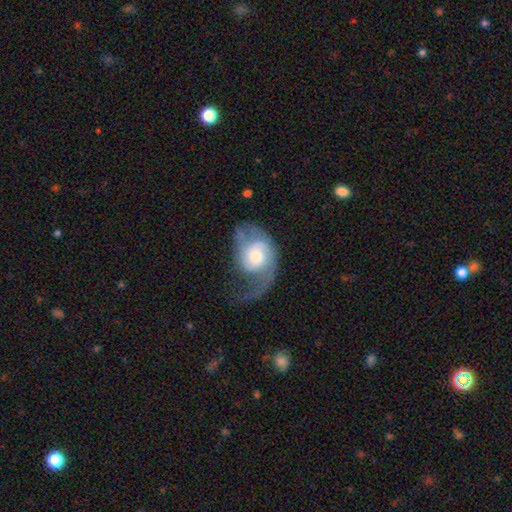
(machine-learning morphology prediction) Smooth or featured: featured or disk — 69% (smooth — 25%)
Edge-on disk: no — 97% (yes — 3%)
Bar: no — 69% (weak — 27%)
Spiral arms: yes — 90% (no — 10%)
Spiral winding: loose — 43% (medium — 39%)
Spiral arm count: 2 — 52% (1 — 33%)
Bulge size: moderate — 42% (small — 25%)
Merging: major disturbance — 46% (none — 30%)